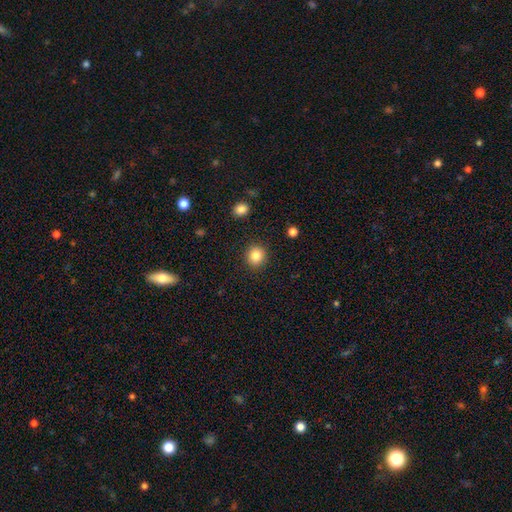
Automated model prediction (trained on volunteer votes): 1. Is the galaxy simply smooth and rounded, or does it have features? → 85% smooth, 10% star or artifact, 5% featured or disk.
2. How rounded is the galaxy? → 86% round, 13% in between, 1% cigar-shaped.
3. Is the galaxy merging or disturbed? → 90% none, 6% minor disturbance, 2% major disturbance, 1% merger.